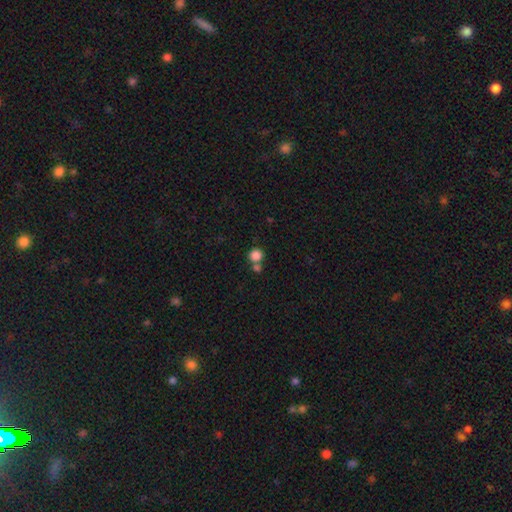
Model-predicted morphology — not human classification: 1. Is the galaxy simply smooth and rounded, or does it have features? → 84% smooth, 11% star or artifact, 5% featured or disk.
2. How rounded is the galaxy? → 90% round, 9% in between, 1% cigar-shaped.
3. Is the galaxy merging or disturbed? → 55% none, 34% merger, 8% minor disturbance, 4% major disturbance.